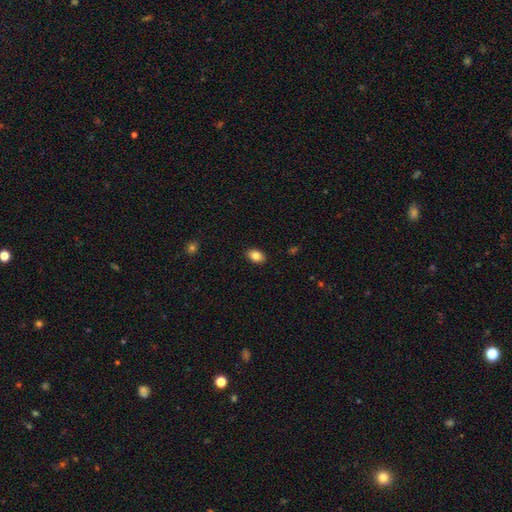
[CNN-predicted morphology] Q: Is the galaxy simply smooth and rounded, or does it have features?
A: smooth — 85%.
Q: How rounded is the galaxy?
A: in between — 85%.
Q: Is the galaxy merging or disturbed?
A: none — 89%.